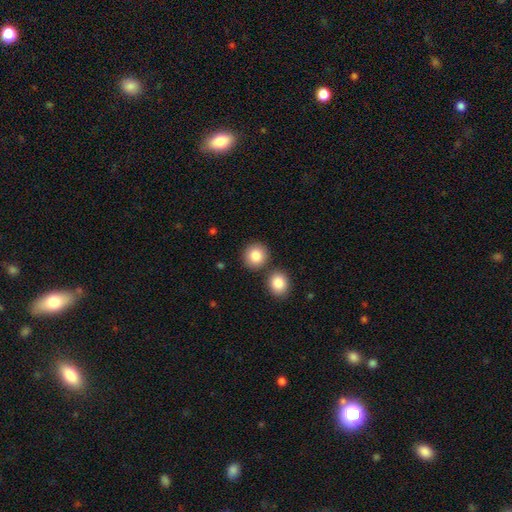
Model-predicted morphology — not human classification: Smooth or featured? Predicted: smooth (p=0.85). How rounded? Predicted: round (p=0.88). Merging? Predicted: none (p=0.77).